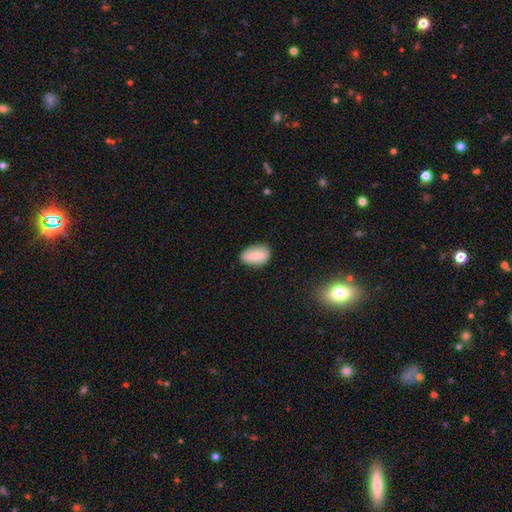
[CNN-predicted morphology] This is clearly a smooth galaxy (83%). How rounded: clearly in between (91%). Merging: likely none (79%).